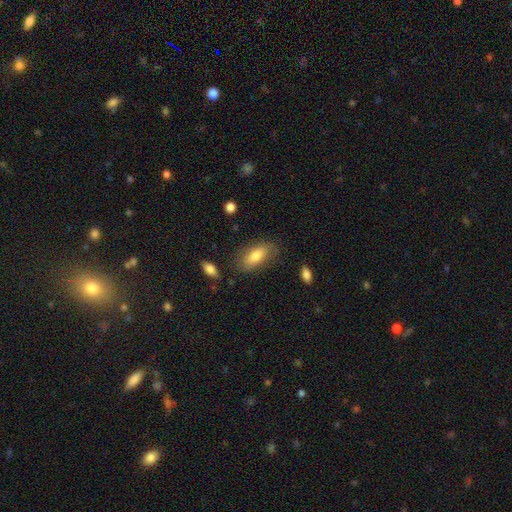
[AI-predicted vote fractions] Overall: smooth (77%). How rounded: in between (85%). Merging: none (76%).